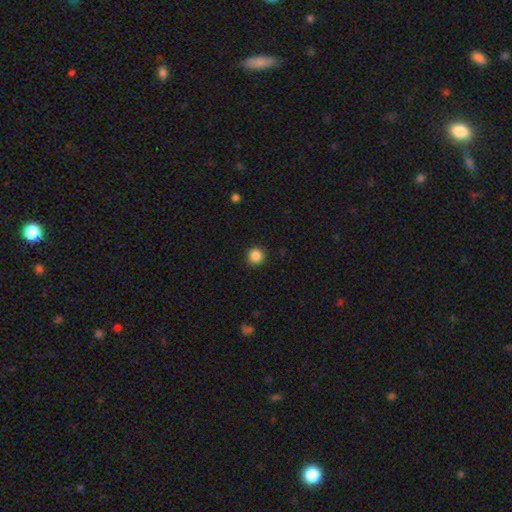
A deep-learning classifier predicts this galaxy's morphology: smooth-or-featured: smooth: 86% | star or artifact: 11% | featured or disk: 3%
  how-rounded: round: 96% | in between: 4% | cigar-shaped: 1%
  merging: none: 92% | minor disturbance: 5% | major disturbance: 2% | merger: 1%